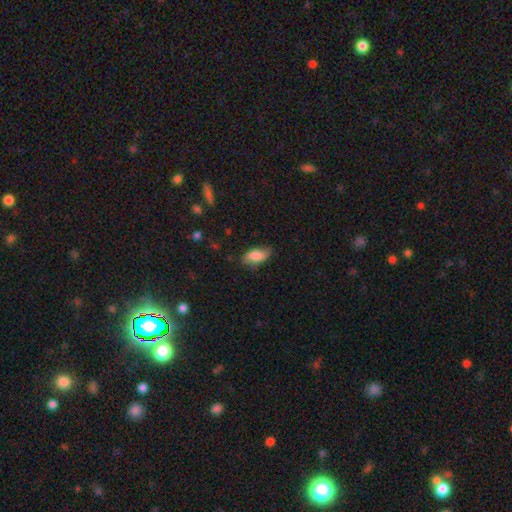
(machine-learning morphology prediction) This is likely a smooth galaxy (78%). How rounded: clearly in between (89%). Merging: likely none (71%).